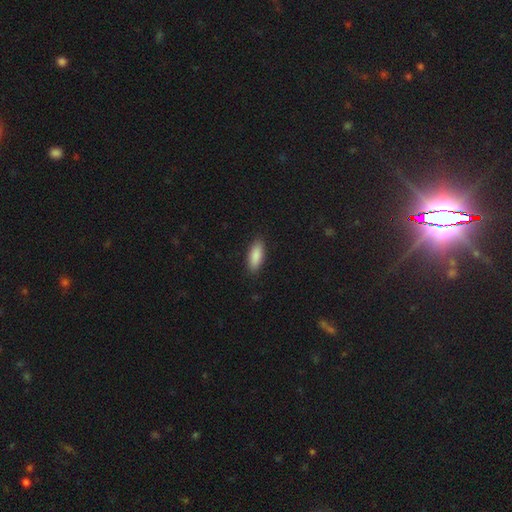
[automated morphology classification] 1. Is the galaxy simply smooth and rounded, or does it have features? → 89% smooth, 6% star or artifact, 5% featured or disk.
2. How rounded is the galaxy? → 76% in between, 22% cigar-shaped, 2% round.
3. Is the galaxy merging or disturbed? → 88% none, 9% minor disturbance, 2% major disturbance, 1% merger.